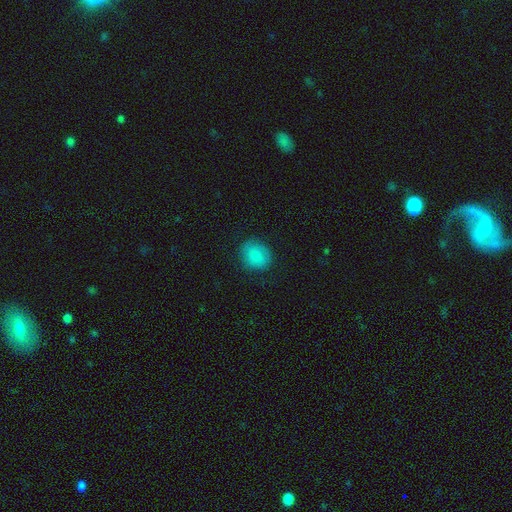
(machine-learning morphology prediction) Q: Smooth or featured?
A: smooth (82%); runner-up: featured or disk (10%)
Q: How rounded?
A: round (72%); runner-up: in between (27%)
Q: Merging?
A: none (78%); runner-up: minor disturbance (16%)